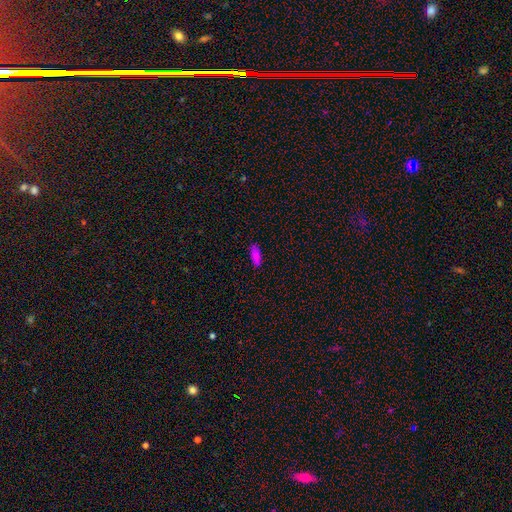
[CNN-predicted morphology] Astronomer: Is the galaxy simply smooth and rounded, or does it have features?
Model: smooth — 85%.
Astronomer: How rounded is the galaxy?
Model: in between — 64%.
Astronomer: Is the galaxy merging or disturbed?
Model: none — 87%.